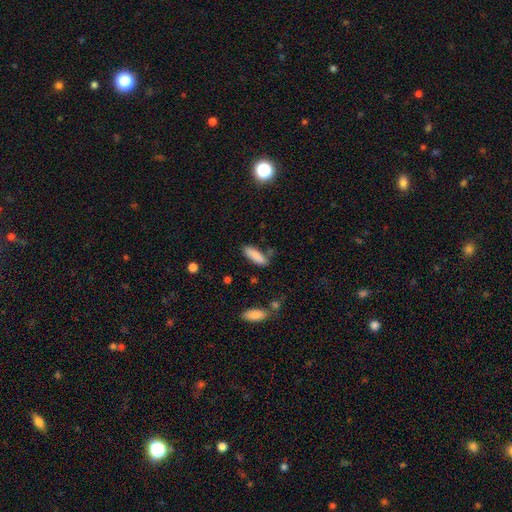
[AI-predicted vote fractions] smooth 86%, star or artifact 7%, featured or disk 7%. Down the decision tree: how rounded — in between (57%); merging — none (76%).